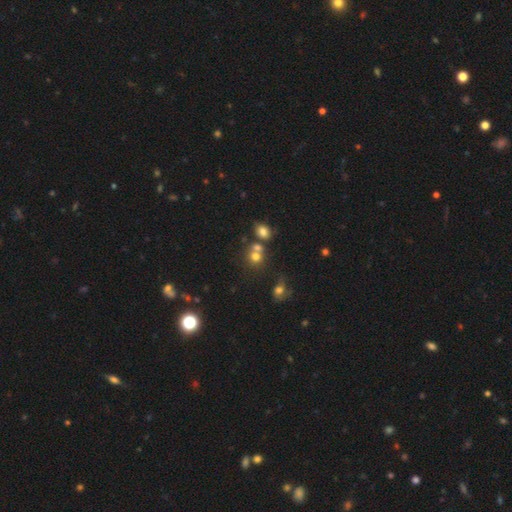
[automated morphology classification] A smooth galaxy with no disk features (68%) that is round (74%). Merging: none (48%).